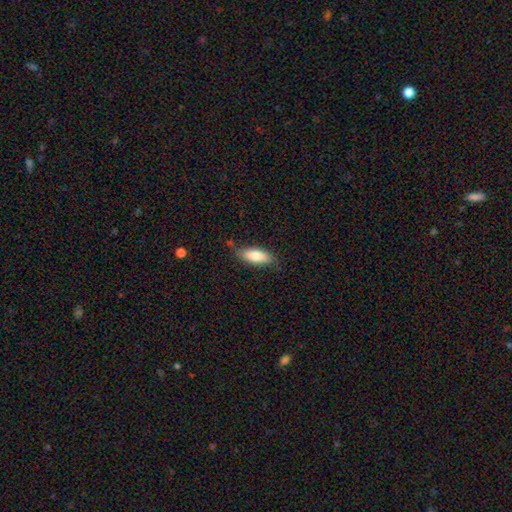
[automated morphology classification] Smooth or featured? Predicted: smooth (p=0.78). How rounded? Predicted: in between (p=0.70). Merging? Predicted: none (p=0.75).